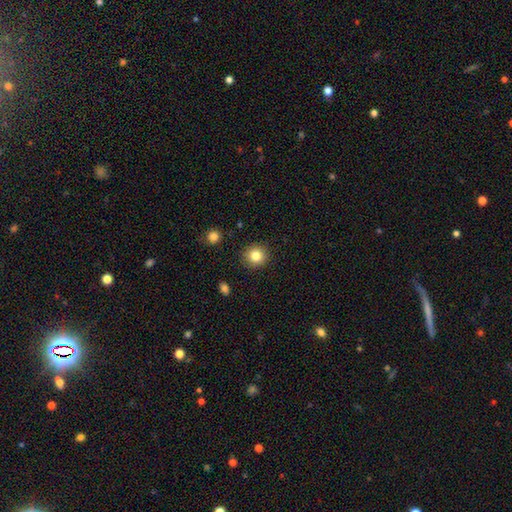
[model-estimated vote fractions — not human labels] The model was most divided on "smooth or featured": smooth: 83%, star or artifact: 11%, featured or disk: 6%. More confident: how rounded — round (90%); merging — none (90%).